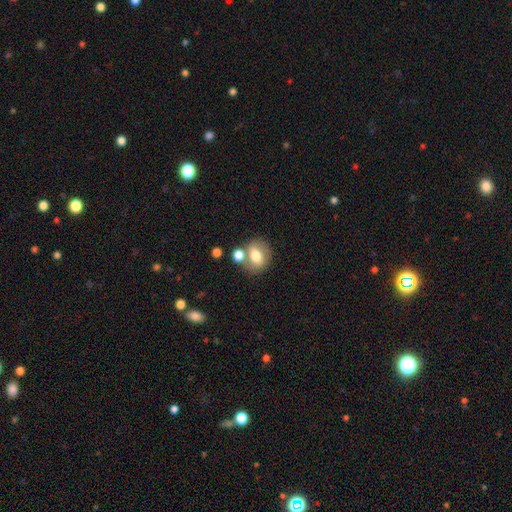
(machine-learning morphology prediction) smooth 69%, featured or disk 22%, star or artifact 9%. Down the decision tree: how rounded — round (50%); merging — none (56%).